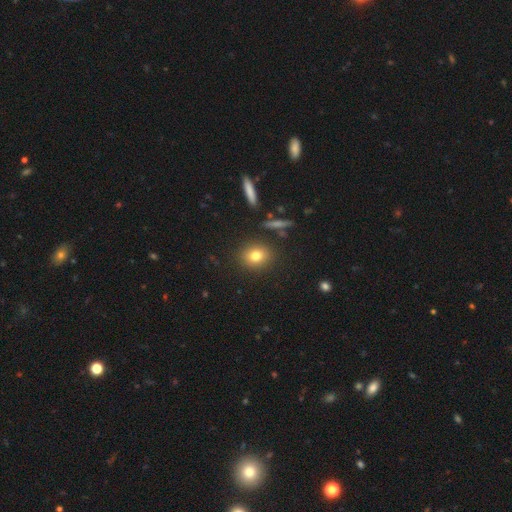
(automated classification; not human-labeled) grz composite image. It shows a smooth galaxy with no disk features (78%) that is round (67%). Merging: none (87%).